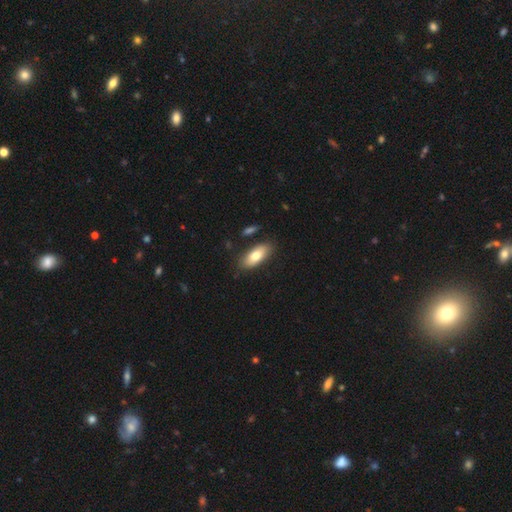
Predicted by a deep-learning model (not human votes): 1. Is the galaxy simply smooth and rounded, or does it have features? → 76% smooth, 18% featured or disk, 6% star or artifact.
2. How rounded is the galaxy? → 83% in between, 14% cigar-shaped, 2% round.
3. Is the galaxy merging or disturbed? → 82% none, 12% minor disturbance, 3% merger, 3% major disturbance.